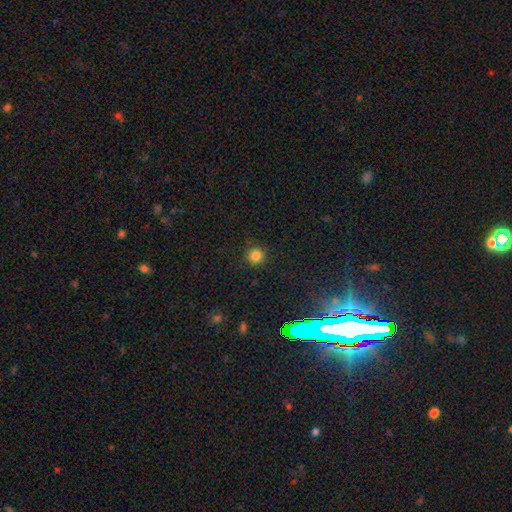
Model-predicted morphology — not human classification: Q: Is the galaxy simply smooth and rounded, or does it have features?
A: smooth — 83%.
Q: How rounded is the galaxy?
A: round — 93%.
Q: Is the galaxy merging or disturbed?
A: none — 90%.